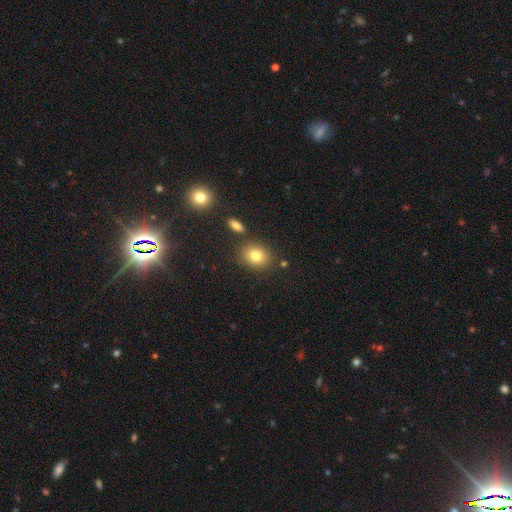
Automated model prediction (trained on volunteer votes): Q: Smooth or featured?
A: smooth (80%); runner-up: star or artifact (11%)
Q: How rounded?
A: round (58%); runner-up: in between (40%)
Q: Merging?
A: none (79%); runner-up: minor disturbance (11%)